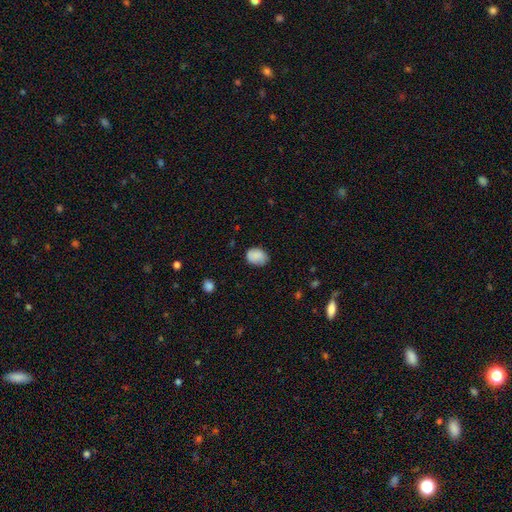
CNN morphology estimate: Overall: smooth (84%). How rounded: in between (63%; round 37%). Merging: none (73%).